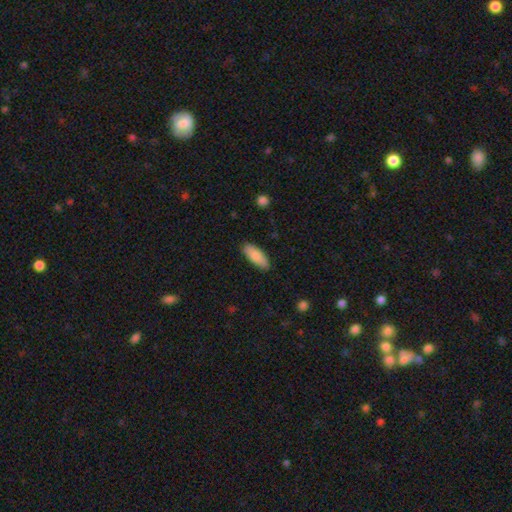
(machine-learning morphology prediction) Smooth or featured?
  - smooth: 88% *
  - featured or disk: 7%
  - star or artifact: 6%
How rounded?
  - in between: 75% *
  - cigar-shaped: 23%
  - round: 2%
Merging?
  - none: 85% *
  - minor disturbance: 12%
  - major disturbance: 2%
  - merger: 1%